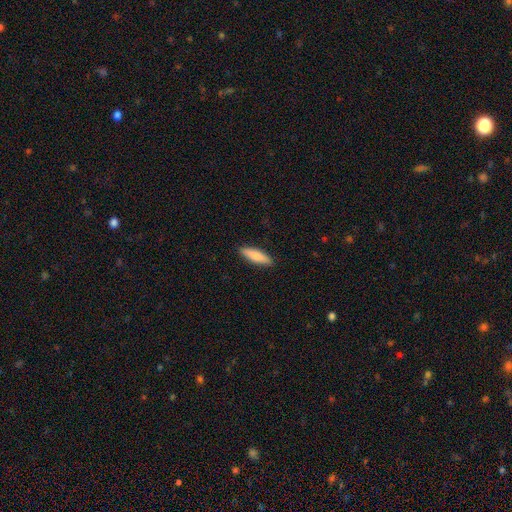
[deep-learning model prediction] Smooth or featured?
  - smooth: 83% *
  - featured or disk: 12%
  - star or artifact: 5%
How rounded?
  - cigar-shaped: 64% *
  - in between: 34%
  - round: 2%
Merging?
  - none: 90% *
  - minor disturbance: 8%
  - major disturbance: 2%
  - merger: 1%